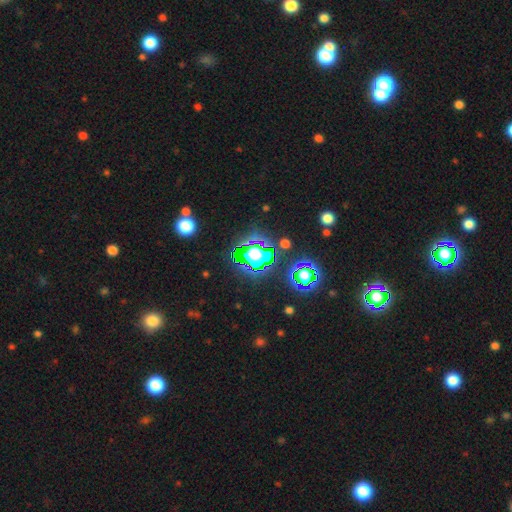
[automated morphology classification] star or artifact 57%, smooth 27%, featured or disk 16%.